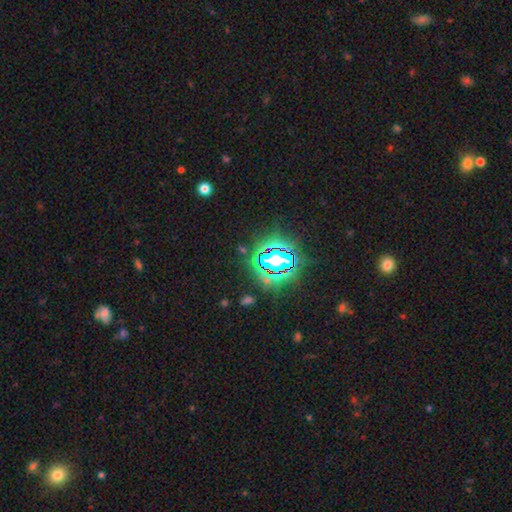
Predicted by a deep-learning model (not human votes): The model was most divided on "smooth or featured": star or artifact: 84%, smooth: 10%, featured or disk: 6%.